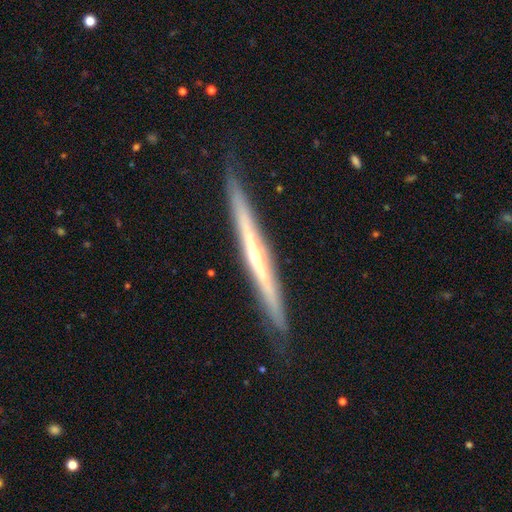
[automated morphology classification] Smooth or featured? featured or disk (77%)
Edge-on disk? yes (96%)
Edge-on bulge? rounded (57%)
Merging? none (87%)